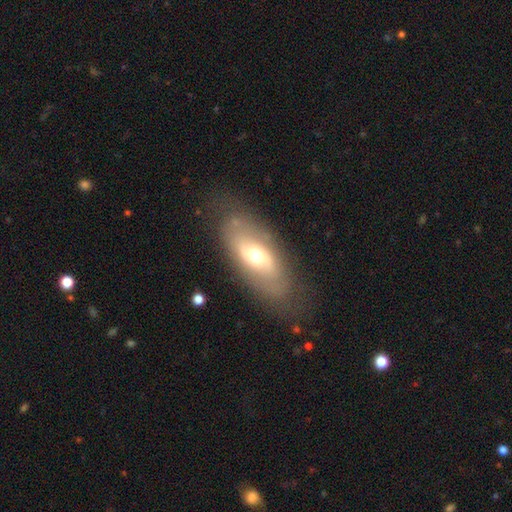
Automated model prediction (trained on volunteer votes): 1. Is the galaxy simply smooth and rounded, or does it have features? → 54% featured or disk, 38% smooth, 7% star or artifact.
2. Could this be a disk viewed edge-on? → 85% no, 15% yes.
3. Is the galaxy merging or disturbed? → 73% none, 17% minor disturbance, 8% major disturbance, 2% merger.